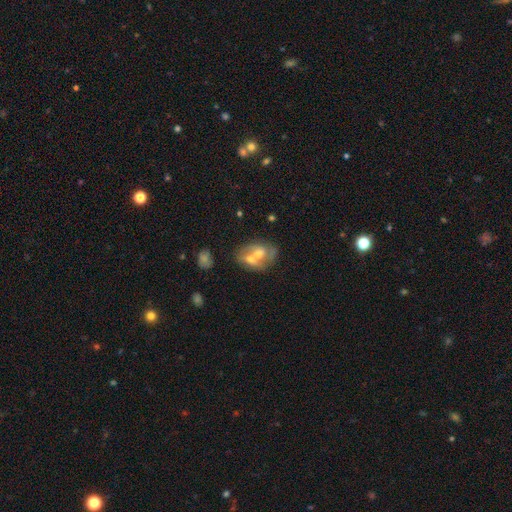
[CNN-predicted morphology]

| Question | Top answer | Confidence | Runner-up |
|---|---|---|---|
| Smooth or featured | featured or disk | 47% | smooth (45%) |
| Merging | merger | 64% | none (21%) |